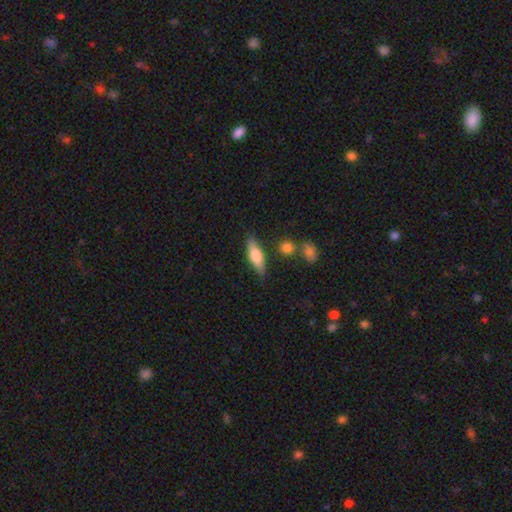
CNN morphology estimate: smooth_or_featured: smooth (p=0.64) [alt: featured or disk p=0.29]
how_rounded: in between (p=0.50) [alt: cigar-shaped p=0.47]
merging: none (p=0.80) [alt: minor disturbance p=0.12]